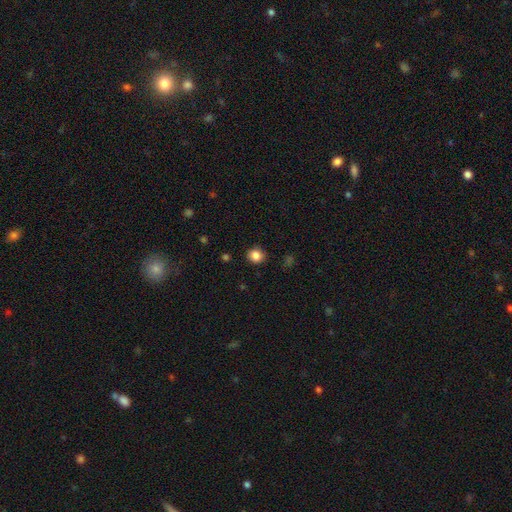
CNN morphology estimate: Smooth or featured?
  - smooth: 85% *
  - star or artifact: 11%
  - featured or disk: 5%
How rounded?
  - round: 84% *
  - in between: 15%
  - cigar-shaped: 1%
Merging?
  - none: 89% *
  - minor disturbance: 7%
  - major disturbance: 2%
  - merger: 1%